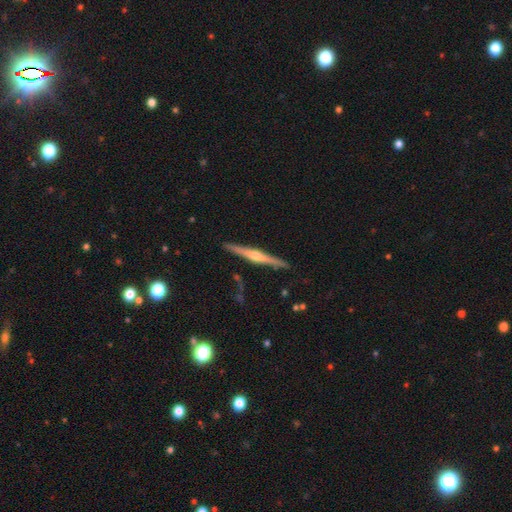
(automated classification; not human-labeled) smooth-or-featured: featured or disk: 77% | smooth: 18% | star or artifact: 5%
  disk-edge-on: yes: 98% | no: 2%
    edge-on-bulge: rounded: 84% | none: 10% | boxy: 6%
  merging: none: 87% | minor disturbance: 10% | major disturbance: 2% | merger: 2%